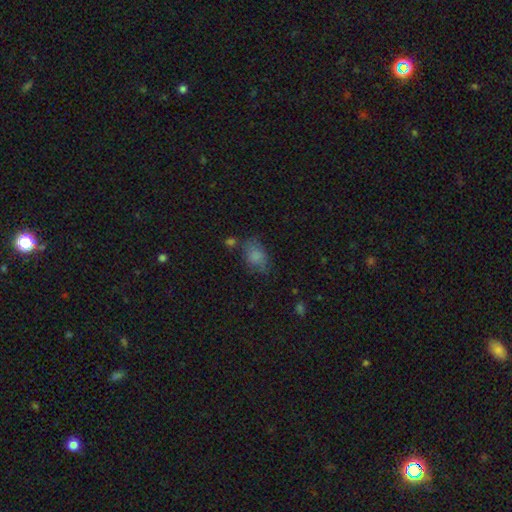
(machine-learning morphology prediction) A smooth galaxy with no disk features (76%) that is in between round and cigar-shaped (78%).

Vote fractions:
- Smooth or featured? smooth: 76% / featured or disk: 14% / star or artifact: 11%
- How rounded? in between: 78% / round: 21% / cigar-shaped: 2%
- Merging? none: 53% / minor disturbance: 27% / major disturbance: 13% / merger: 7%